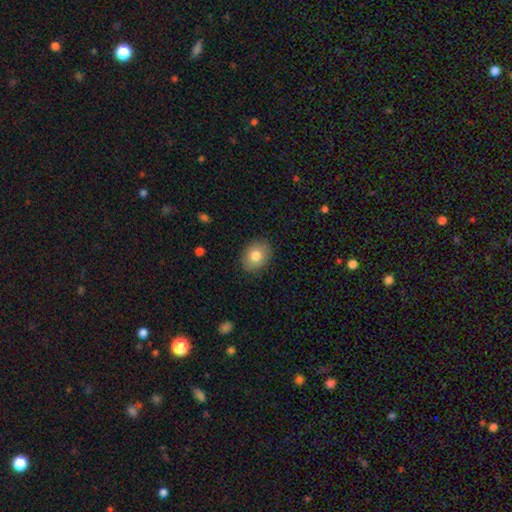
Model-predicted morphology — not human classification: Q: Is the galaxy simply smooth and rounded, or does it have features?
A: smooth — 80%.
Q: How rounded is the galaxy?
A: in between — 56%.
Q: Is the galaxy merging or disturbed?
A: none — 87%.